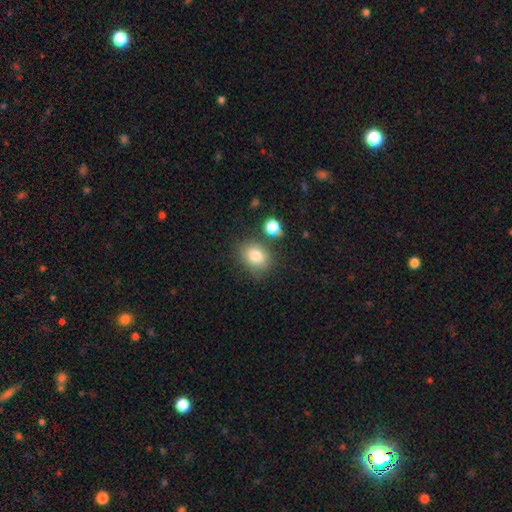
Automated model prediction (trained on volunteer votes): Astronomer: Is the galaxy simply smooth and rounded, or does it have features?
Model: smooth — 81%.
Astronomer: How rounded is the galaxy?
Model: in between — 51% (runner-up: round, 48%).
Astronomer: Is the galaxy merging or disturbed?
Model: none — 73%.